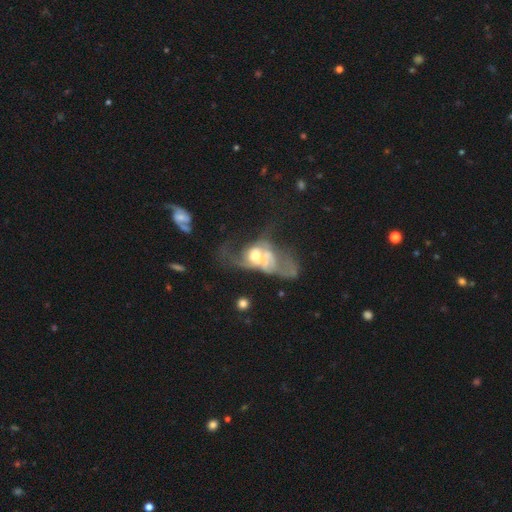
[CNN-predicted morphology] A featured or disk galaxy (63%) with no bar (79%), no spiral arms (55%) and a moderate central bulge (52%).

Vote fractions:
- Smooth or featured? featured or disk: 63% / smooth: 26% / star or artifact: 11%
- Edge-on disk? no: 95% / yes: 5%
- Bar? no: 79% / weak: 17% / strong: 4%
- Spiral arms? no: 55% / yes: 45%
- Bulge size? moderate: 52% / small: 24% / large: 15% / none: 6% / dominant: 3%
- Merging? major disturbance: 43% / merger: 36% / none: 13% / minor disturbance: 9%